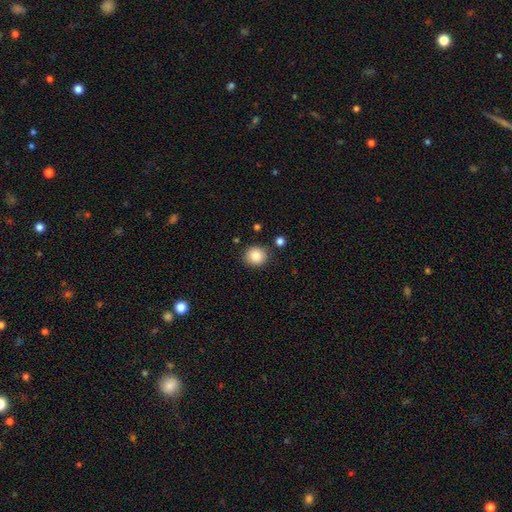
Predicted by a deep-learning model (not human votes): smooth-or-featured: smooth: 85% | star or artifact: 9% | featured or disk: 5%
  how-rounded: round: 84% | in between: 15% | cigar-shaped: 1%
  merging: none: 87% | minor disturbance: 8% | merger: 3% | major disturbance: 2%